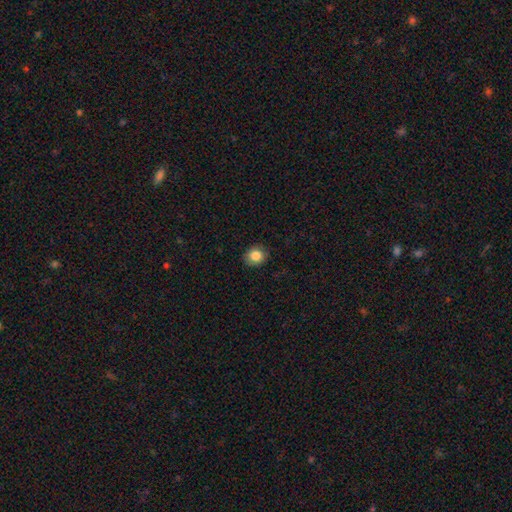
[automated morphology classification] Smooth or featured? smooth (84%)
How rounded? round (73%)
Merging? none (88%)